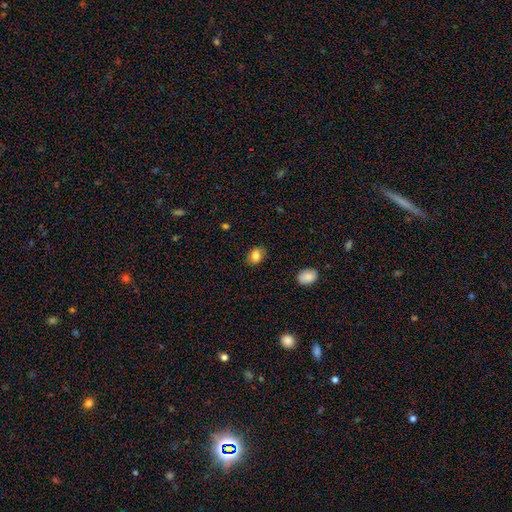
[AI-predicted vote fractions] The model was most divided on "how rounded": in between: 67%, round: 32%, cigar-shaped: 1%. More confident: merging — none (84%); smooth or featured — smooth (83%).